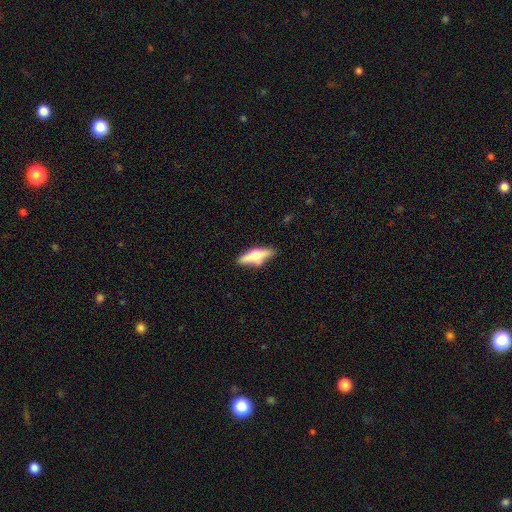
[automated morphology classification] Smooth or featured?
  - featured or disk: 52% *
  - smooth: 42%
  - star or artifact: 6%
Edge-on disk?
  - yes: 90% *
  - no: 10%
Merging?
  - none: 78% *
  - minor disturbance: 14%
  - major disturbance: 4%
  - merger: 4%